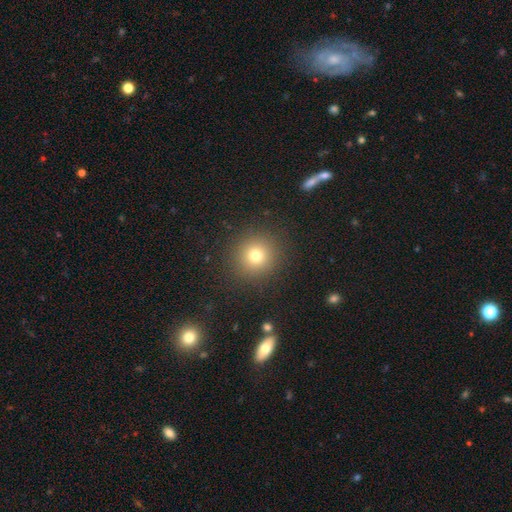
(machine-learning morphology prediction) This appears to be a smooth galaxy with no disk features (75%) that is round (93%). Merging: none (90%).